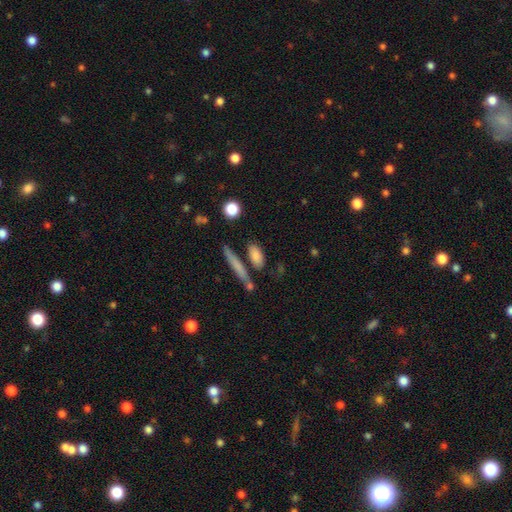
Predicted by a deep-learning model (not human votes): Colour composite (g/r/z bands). It shows a smooth galaxy with no disk features (80%) that is in between round and cigar-shaped (62%). Merging: none (72%).